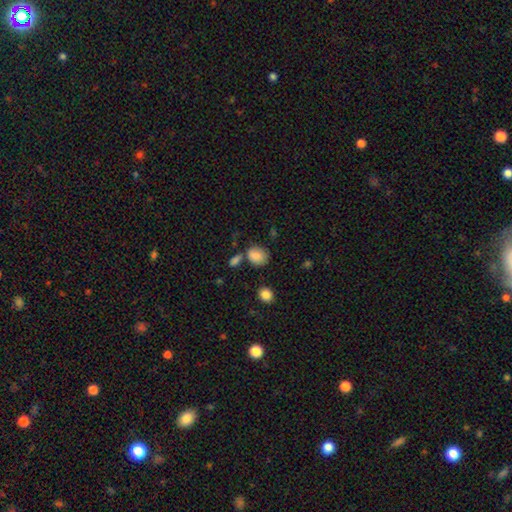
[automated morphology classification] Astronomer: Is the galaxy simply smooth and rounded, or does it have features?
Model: smooth — 85%.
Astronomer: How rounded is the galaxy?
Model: in between — 53% (runner-up: round, 46%).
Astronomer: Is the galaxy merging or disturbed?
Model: none — 59%.